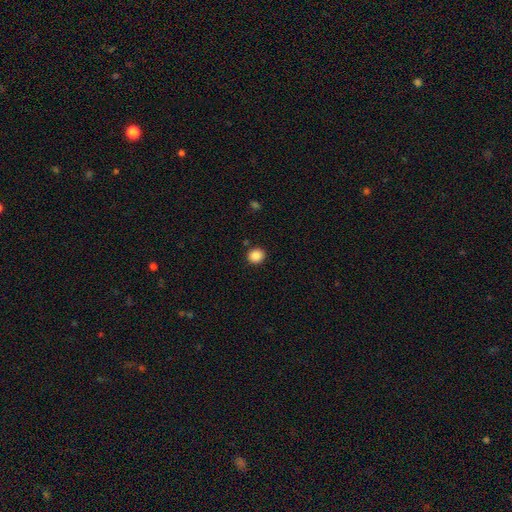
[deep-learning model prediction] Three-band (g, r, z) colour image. It shows a smooth galaxy with no disk features (88%) that is round (83%). Merging: none (89%).